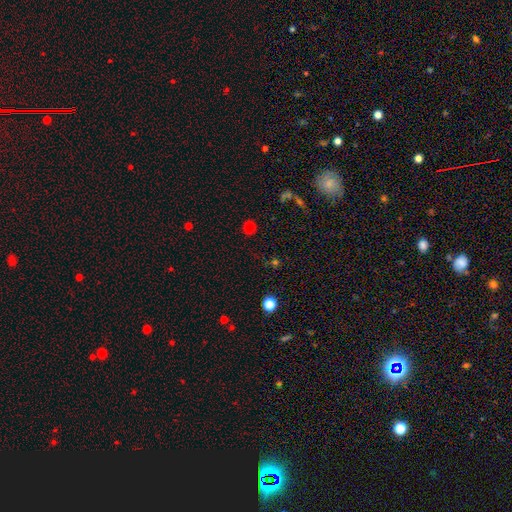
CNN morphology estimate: A smooth galaxy with no disk features (56%) that is round (91%). Merging: none (86%).